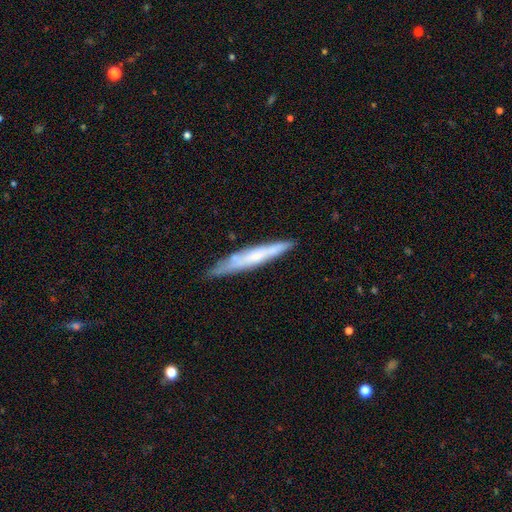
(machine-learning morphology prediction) A featured or disk galaxy (49%). Merging: none (80%).